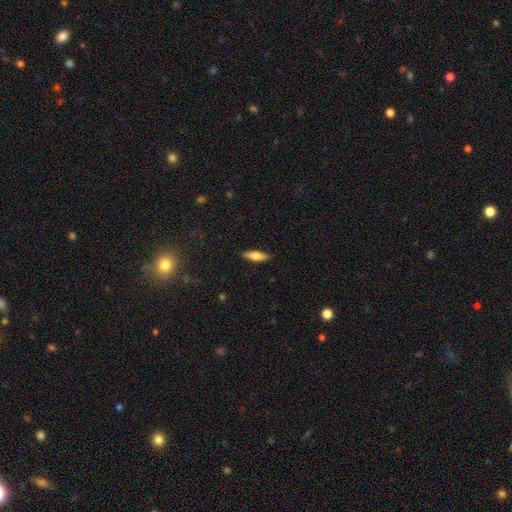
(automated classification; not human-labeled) smooth-or-featured: smooth: 67% | featured or disk: 26% | star or artifact: 6%
  how-rounded: in between: 49% (tied) | cigar-shaped: 49% (tied) | round: 2%
  merging: none: 87% | minor disturbance: 10% | major disturbance: 2% | merger: 1%